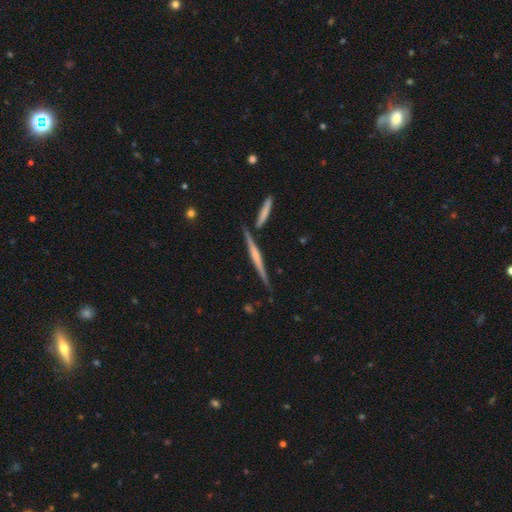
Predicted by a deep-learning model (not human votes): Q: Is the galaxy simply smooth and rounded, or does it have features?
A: featured or disk — 72%.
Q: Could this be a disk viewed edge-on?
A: yes — 98%.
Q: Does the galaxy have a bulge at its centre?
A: rounded — 51%.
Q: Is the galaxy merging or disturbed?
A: none — 80%.